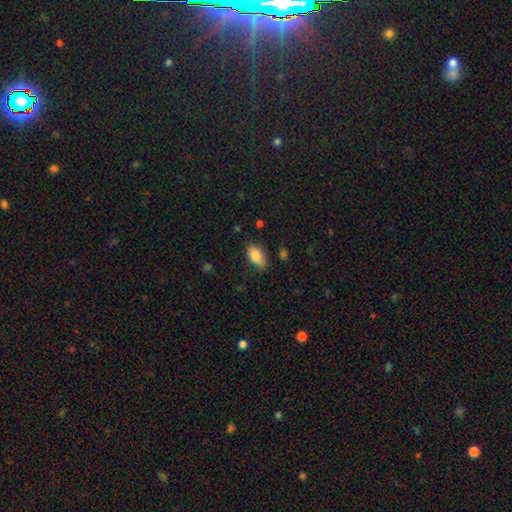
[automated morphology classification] The model was most divided on "merging": none: 74%, minor disturbance: 20%, major disturbance: 5%, merger: 2%. More confident: how rounded — in between (91%); smooth or featured — smooth (86%).